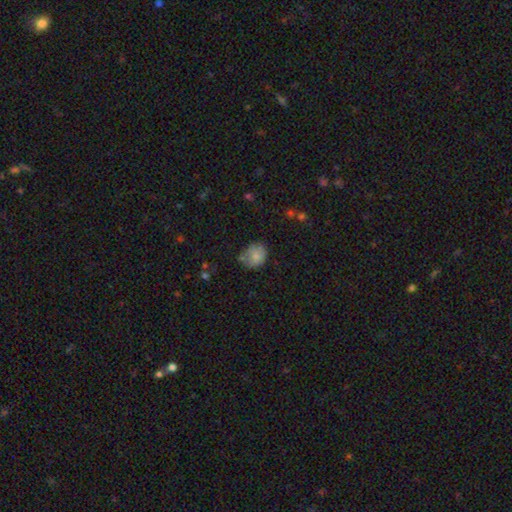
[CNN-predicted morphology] A smooth galaxy with no disk features (77%) that is round (59%). Merging: none (53%).